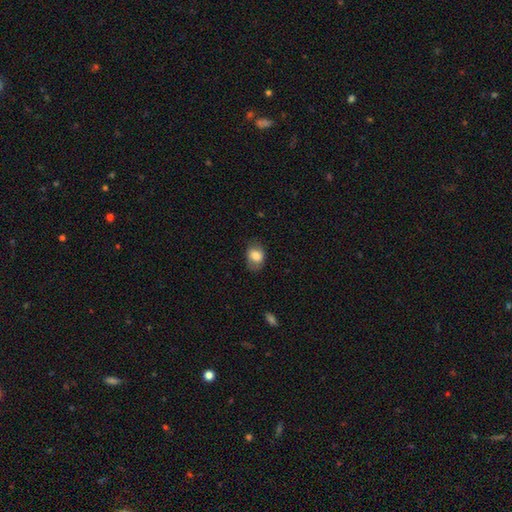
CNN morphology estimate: type=smooth (77%); roundness=in between (71%); merging=none (73%).